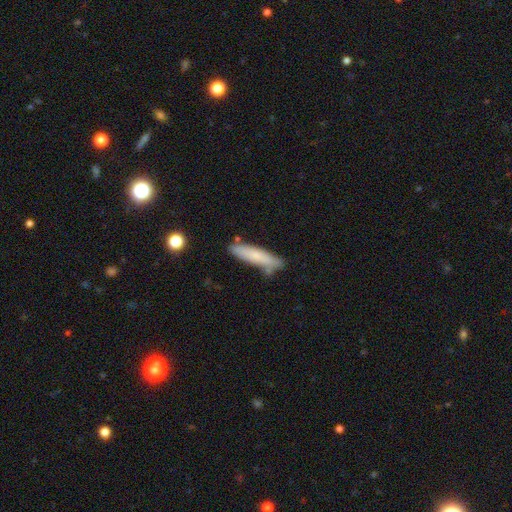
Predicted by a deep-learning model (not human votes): Smooth or featured?
  - smooth: 73% *
  - featured or disk: 21%
  - star or artifact: 6%
How rounded?
  - cigar-shaped: 81% *
  - in between: 18%
  - round: 1%
Merging?
  - none: 72% *
  - minor disturbance: 18%
  - merger: 6%
  - major disturbance: 3%